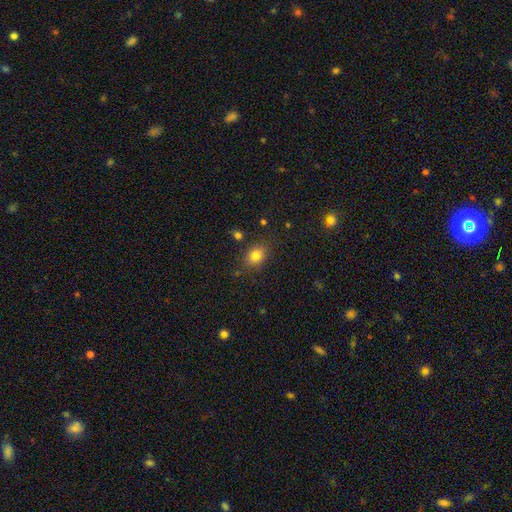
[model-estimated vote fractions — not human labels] A smooth galaxy with no disk features (80%) that is in between round and cigar-shaped (66%).

Vote fractions:
- Smooth or featured? smooth: 80% / star or artifact: 12% / featured or disk: 8%
- How rounded? in between: 66% / round: 32% / cigar-shaped: 1%
- Merging? none: 81% / minor disturbance: 13% / major disturbance: 4% / merger: 3%